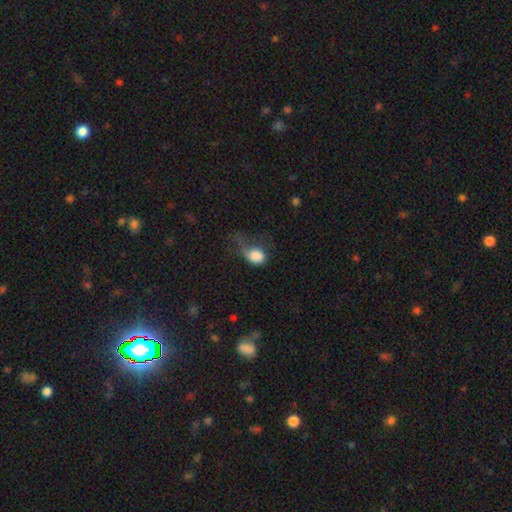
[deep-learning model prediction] Q: Smooth or featured?
A: smooth (78%); runner-up: featured or disk (14%)
Q: How rounded?
A: in between (60%); runner-up: round (38%)
Q: Merging?
A: major disturbance (54%); runner-up: minor disturbance (24%)